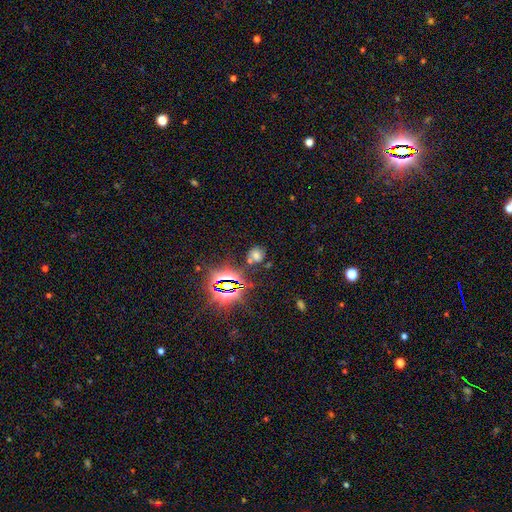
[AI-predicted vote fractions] Smooth or featured: star or artifact — 53% (smooth — 38%)